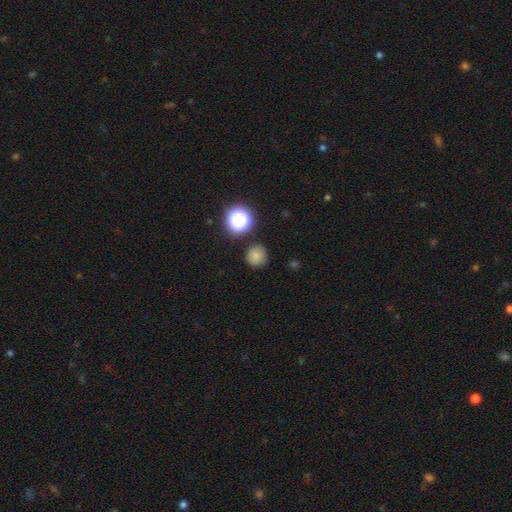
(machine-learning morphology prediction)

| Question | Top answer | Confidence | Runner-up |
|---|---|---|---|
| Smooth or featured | smooth | 78% | star or artifact (15%) |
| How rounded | round | 91% | in between (8%) |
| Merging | none | 85% | minor disturbance (9%) |